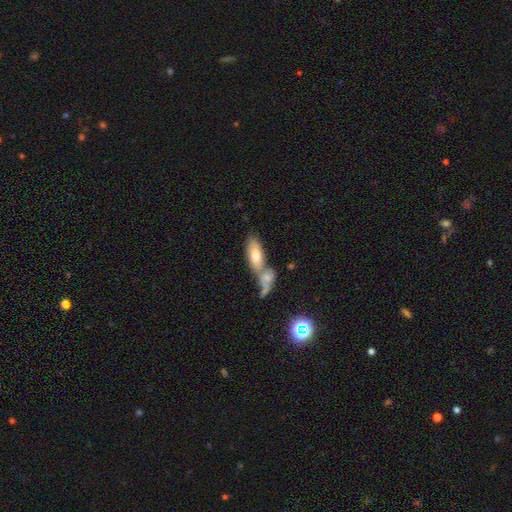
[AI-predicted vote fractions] smooth 68%, featured or disk 24%, star or artifact 8%. Down the decision tree: how rounded — in between (79%); merging — merger (53%).